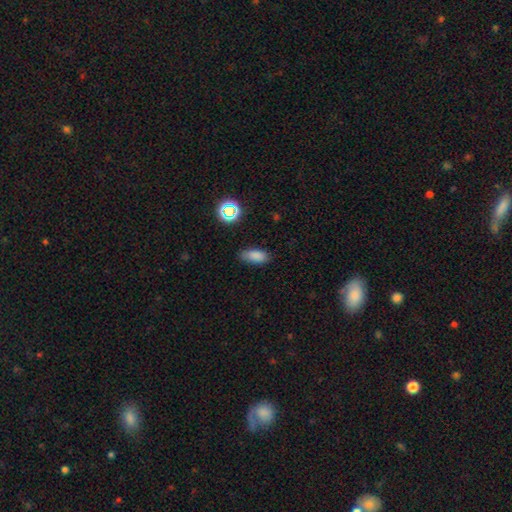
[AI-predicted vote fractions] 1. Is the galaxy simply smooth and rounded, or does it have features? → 82% smooth, 12% star or artifact, 6% featured or disk.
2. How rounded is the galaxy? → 85% in between, 11% cigar-shaped, 4% round.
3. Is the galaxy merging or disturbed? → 82% none, 13% minor disturbance, 3% major disturbance, 2% merger.